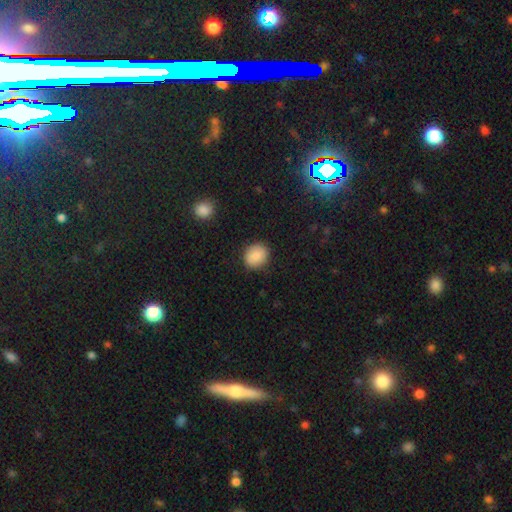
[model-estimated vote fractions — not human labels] Smooth or featured: smooth — 87% (star or artifact — 8%)
How rounded: round — 78% (in between — 21%)
Merging: none — 89% (minor disturbance — 8%)